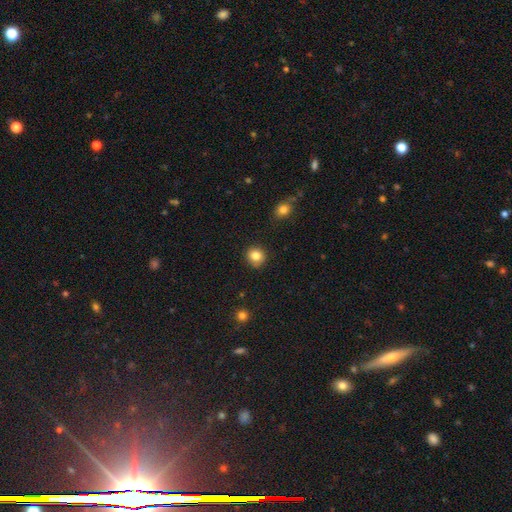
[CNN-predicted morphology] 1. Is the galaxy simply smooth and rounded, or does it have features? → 84% smooth, 10% star or artifact, 5% featured or disk.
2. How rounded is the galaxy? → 87% round, 12% in between, 1% cigar-shaped.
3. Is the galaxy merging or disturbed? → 86% none, 10% minor disturbance, 2% major disturbance, 2% merger.